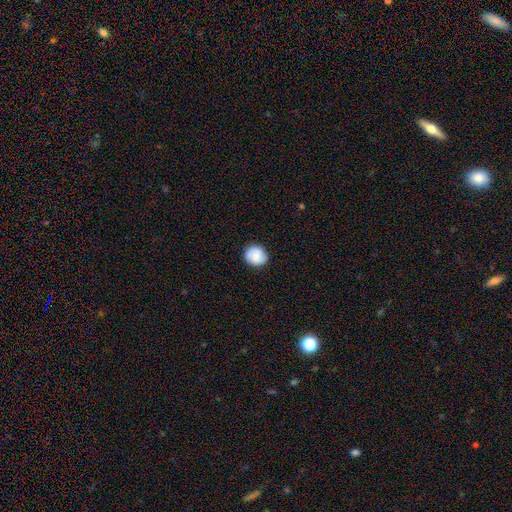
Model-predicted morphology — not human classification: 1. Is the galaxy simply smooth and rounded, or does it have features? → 67% smooth, 25% featured or disk, 8% star or artifact.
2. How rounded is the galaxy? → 85% round, 14% in between, 1% cigar-shaped.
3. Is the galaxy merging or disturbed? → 85% none, 11% minor disturbance, 3% major disturbance, 1% merger.